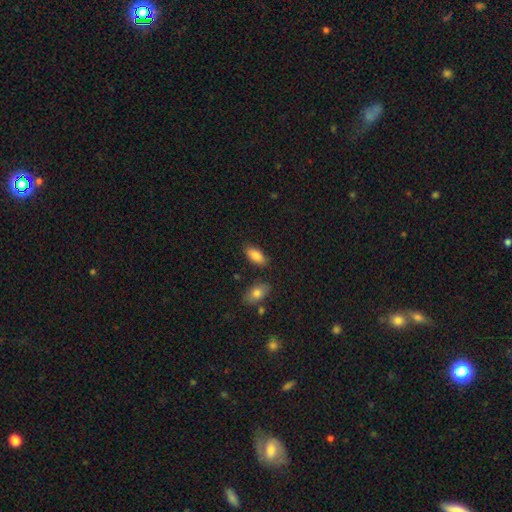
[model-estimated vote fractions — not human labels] This appears to be a smooth galaxy with no disk features (86%) that is in between round and cigar-shaped (90%). Merging: none (80%).